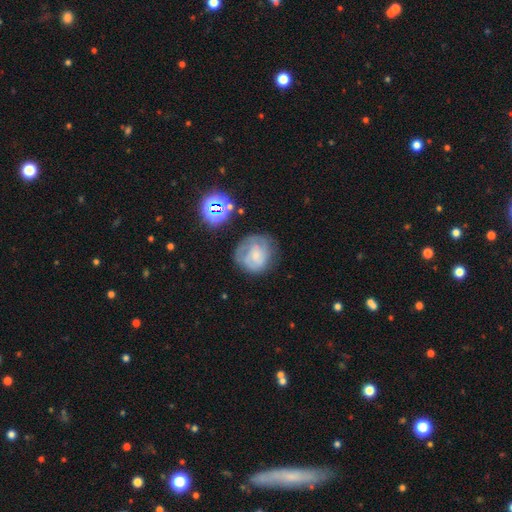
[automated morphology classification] The model was most divided on "smooth or featured": featured or disk: 49%, smooth: 40%, star or artifact: 11%. More confident: merging — none (58%).